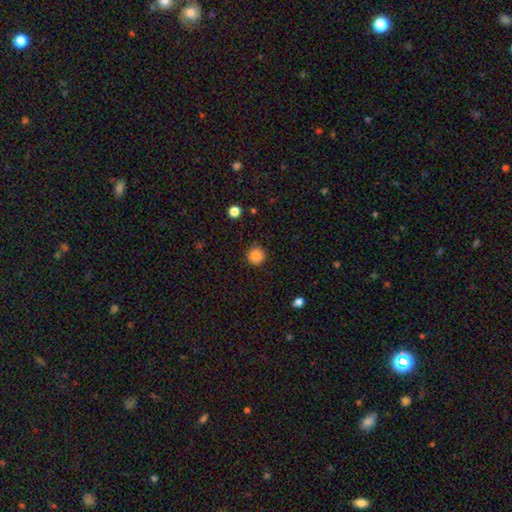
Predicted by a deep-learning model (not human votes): smooth-or-featured: smooth: 85% | star or artifact: 10% | featured or disk: 5%
  how-rounded: round: 95% | in between: 4% | cigar-shaped: 1%
  merging: none: 91% | minor disturbance: 6% | major disturbance: 2% | merger: 1%